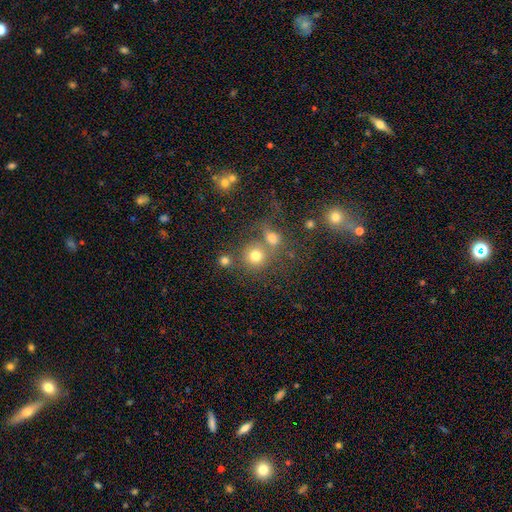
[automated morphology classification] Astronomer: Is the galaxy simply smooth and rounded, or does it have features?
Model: smooth — 74%.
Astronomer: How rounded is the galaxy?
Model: round — 88%.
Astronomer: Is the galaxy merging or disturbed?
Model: none — 56%.